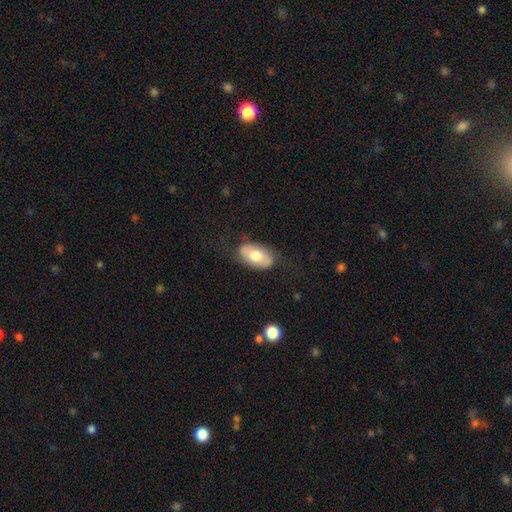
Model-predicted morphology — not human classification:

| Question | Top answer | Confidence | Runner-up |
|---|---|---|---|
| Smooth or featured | smooth | 67% | featured or disk (27%) |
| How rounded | in between | 93% | round (4%) |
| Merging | none | 75% | minor disturbance (17%) |